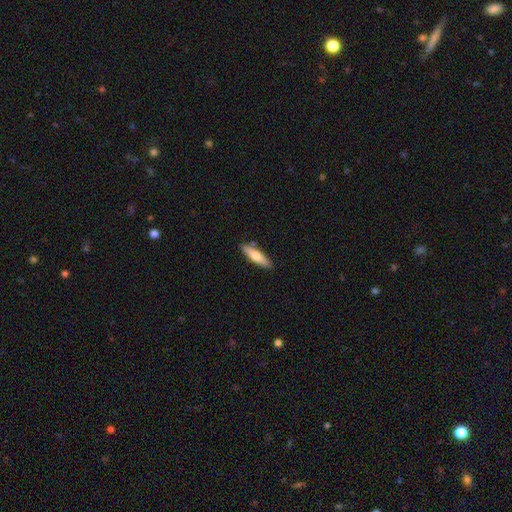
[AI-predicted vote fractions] This is likely a smooth galaxy (67%). How rounded: likely cigar-shaped (72%). Merging: clearly none (86%).